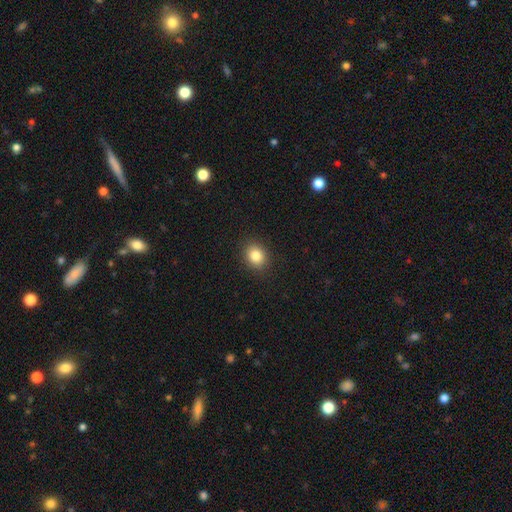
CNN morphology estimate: smooth_or_featured: smooth (p=0.83) [alt: star or artifact p=0.10]
how_rounded: round (p=0.58) [alt: in between p=0.41]
merging: none (p=0.90) [alt: minor disturbance p=0.07]